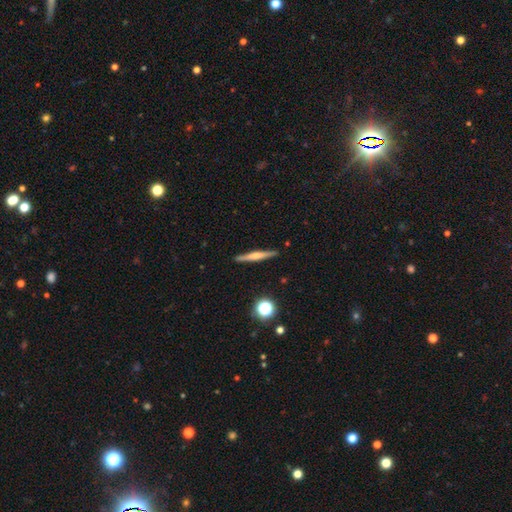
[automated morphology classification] Smooth or featured: featured or disk — 55% (smooth — 37%)
Edge-on disk: yes — 97% (no — 3%)
Edge-on bulge: rounded — 63% (none — 22%)
Merging: none — 90% (minor disturbance — 7%)